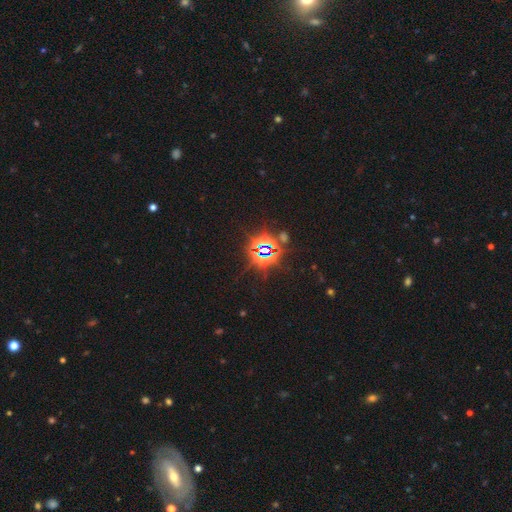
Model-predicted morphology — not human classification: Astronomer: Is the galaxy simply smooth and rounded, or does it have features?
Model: star or artifact — 82%.